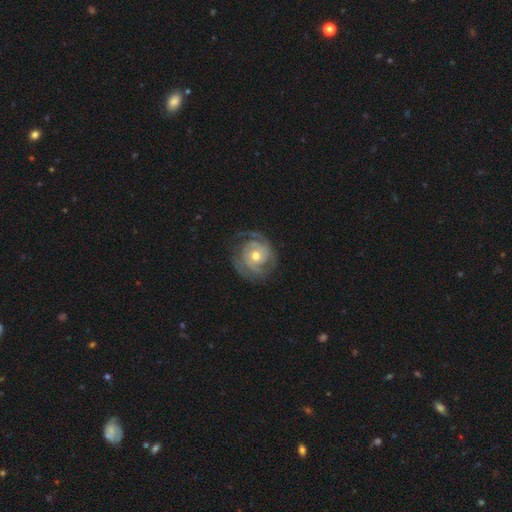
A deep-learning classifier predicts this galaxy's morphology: This appears to be a featured or disk galaxy (83%) with no bar (75%), 2 (39%) tight (63%) spiral arms (93%) and a moderate central bulge (67%). Merging: none (70%).